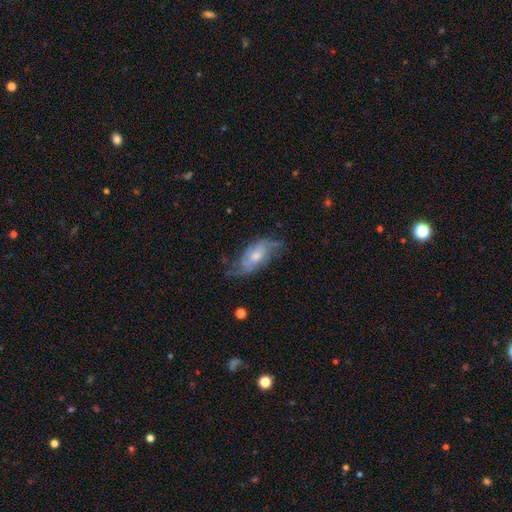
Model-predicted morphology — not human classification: Overall: featured or disk (68%). Edge-on disk: no (91%). Bar: no (59%; weak 34%). Spiral arms: yes (81%). Spiral arm count: 2 (57%; can't tell 26%). Spiral winding: loose (42%; medium 38%). Bulge size: moderate (51%; small 36%). Merging: none (48%; minor disturbance 28%).